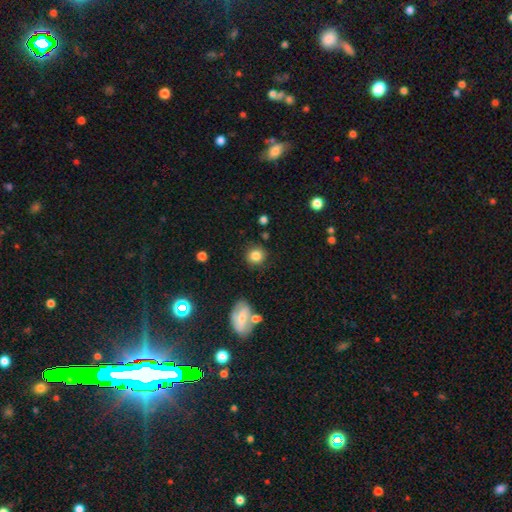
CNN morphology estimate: Smooth or featured? Predicted: smooth (p=0.82). How rounded? Predicted: round (p=0.86). Merging? Predicted: none (p=0.84).